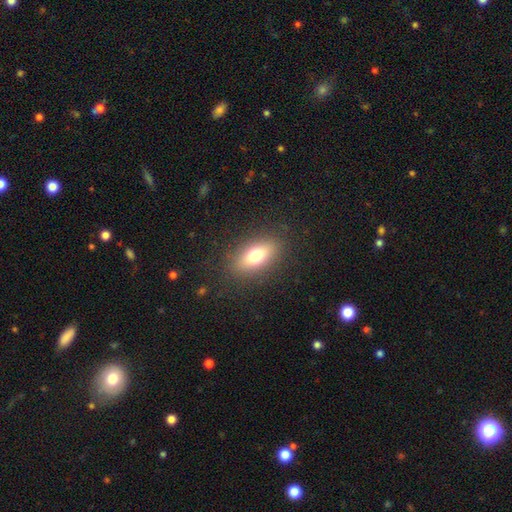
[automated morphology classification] smooth-or-featured: smooth: 73% | featured or disk: 18% | star or artifact: 9%
  how-rounded: in between: 81% | cigar-shaped: 12% | round: 8%
  merging: none: 86% | minor disturbance: 9% | major disturbance: 4% | merger: 1%